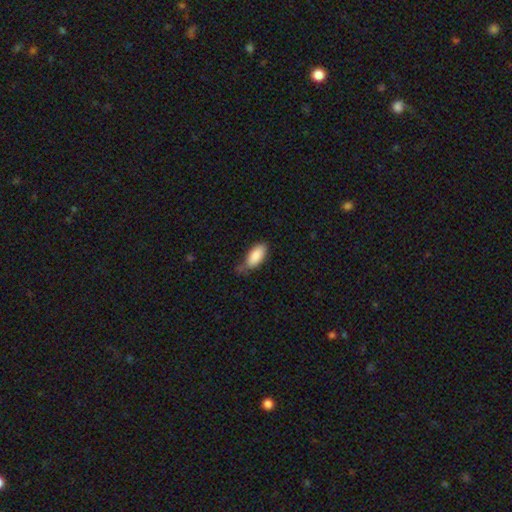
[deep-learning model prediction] A smooth galaxy with no disk features (87%) that is in between round and cigar-shaped (90%).

Vote fractions:
- Smooth or featured? smooth: 87% / featured or disk: 7% / star or artifact: 6%
- How rounded? in between: 90% / cigar-shaped: 8% / round: 2%
- Merging? none: 47% / minor disturbance: 38% / major disturbance: 10% / merger: 5%